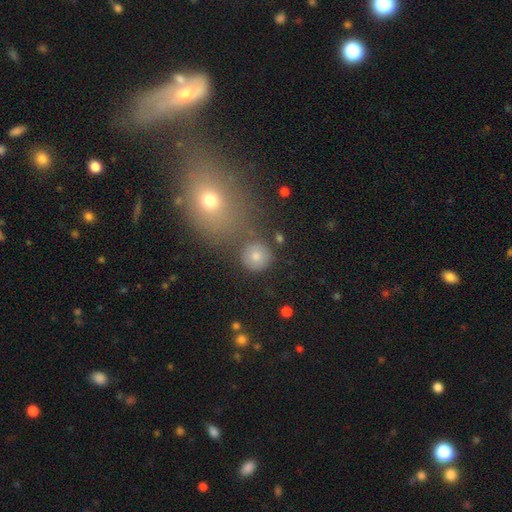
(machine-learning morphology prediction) Smooth or featured: smooth — 73% (star or artifact — 17%)
How rounded: round — 91% (in between — 7%)
Merging: none — 80% (merger — 9%)